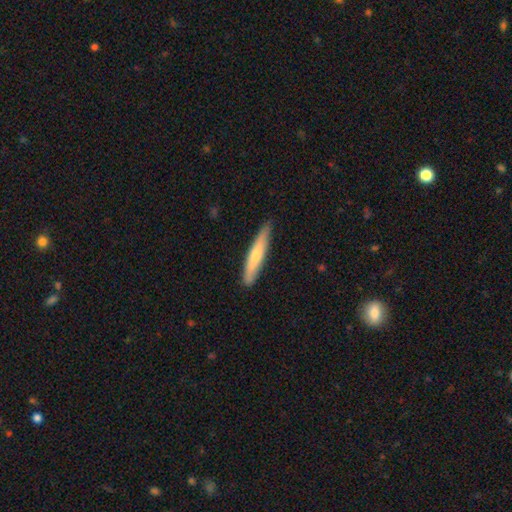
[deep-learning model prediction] A smooth galaxy with no disk features (66%) that is cigar-shaped (92%).

Vote fractions:
- Smooth or featured? smooth: 66% / featured or disk: 29% / star or artifact: 5%
- How rounded? cigar-shaped: 92% / in between: 7% / round: 1%
- Merging? none: 84% / minor disturbance: 13% / major disturbance: 2% / merger: 1%